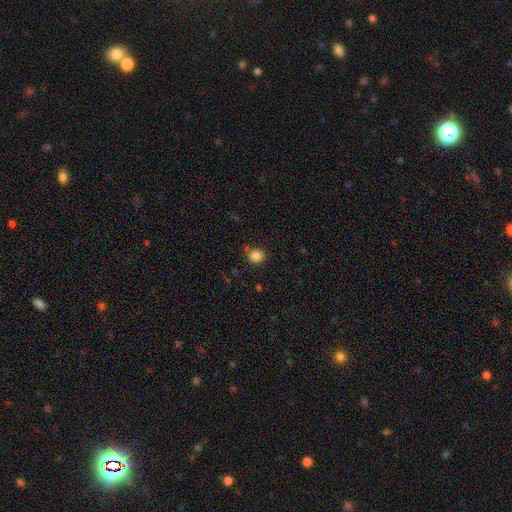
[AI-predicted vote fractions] Smooth or featured? Predicted: smooth (p=0.84). How rounded? Predicted: round (p=0.77). Merging? Predicted: none (p=0.76).